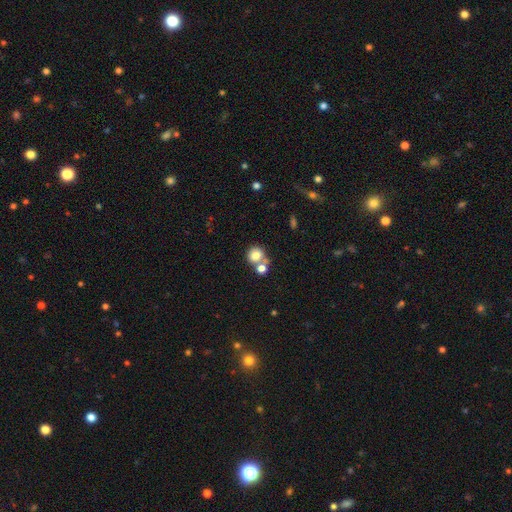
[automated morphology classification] type=smooth (77%); roundness=round (78%); merging=none (47%).